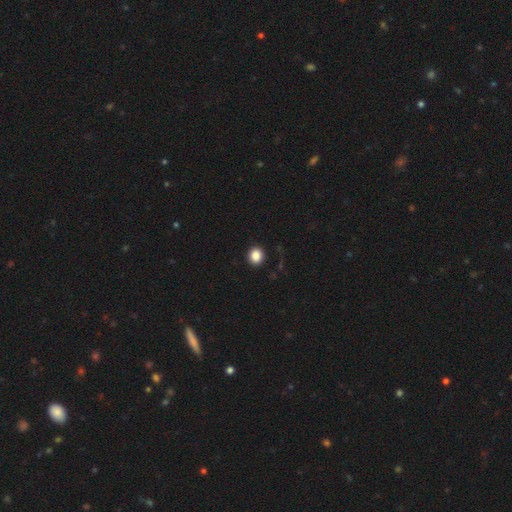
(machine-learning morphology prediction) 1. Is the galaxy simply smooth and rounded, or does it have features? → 86% smooth, 10% star or artifact, 4% featured or disk.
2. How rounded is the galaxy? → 84% round, 15% in between, 1% cigar-shaped.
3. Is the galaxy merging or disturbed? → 91% none, 6% minor disturbance, 2% major disturbance, 1% merger.